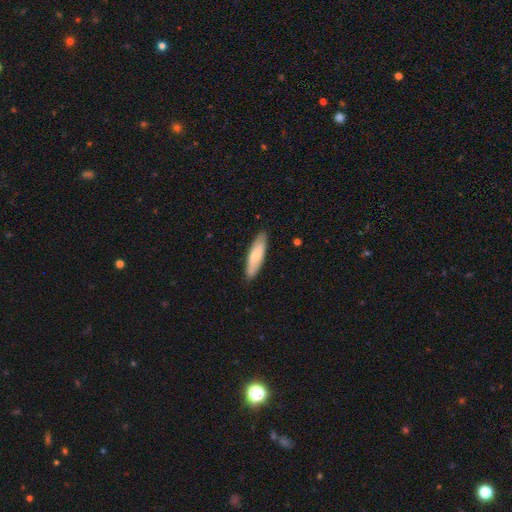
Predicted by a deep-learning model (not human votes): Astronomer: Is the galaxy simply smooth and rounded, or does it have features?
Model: smooth — 69%.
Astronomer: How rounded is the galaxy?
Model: cigar-shaped — 57% (runner-up: in between, 41%).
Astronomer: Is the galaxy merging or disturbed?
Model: none — 87%.